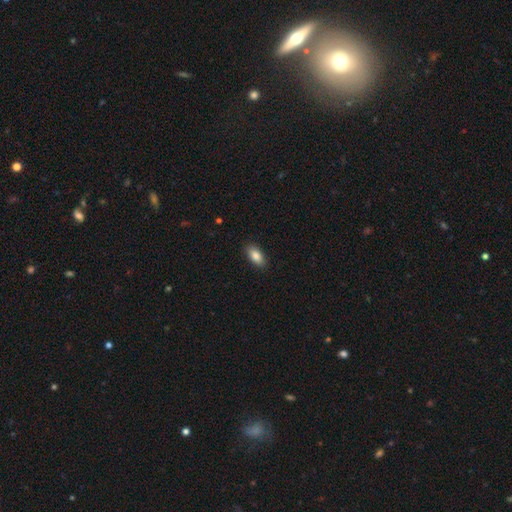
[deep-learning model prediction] This appears to be a smooth galaxy with no disk features (87%) that is in between round and cigar-shaped (91%). Merging: none (89%).